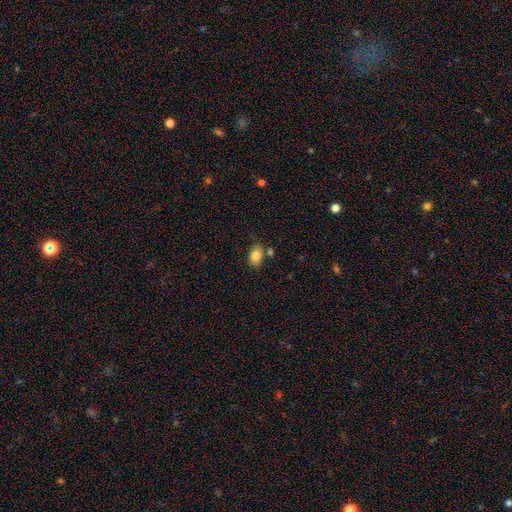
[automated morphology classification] smooth_or_featured: smooth (p=0.85) [alt: star or artifact p=0.09]
how_rounded: in between (p=0.78) [alt: round p=0.21]
merging: none (p=0.69) [alt: minor disturbance p=0.16]